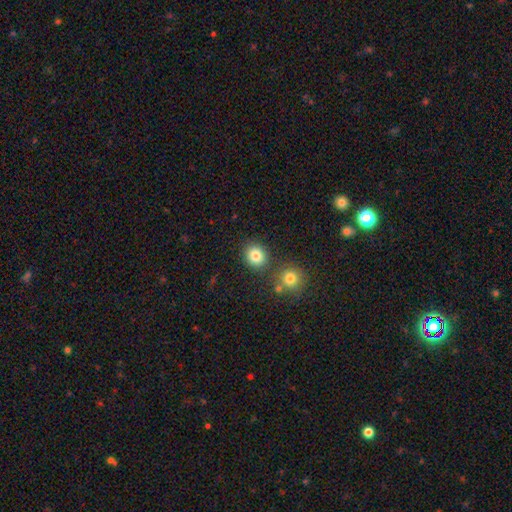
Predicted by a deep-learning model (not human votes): A smooth galaxy with no disk features (83%) that is round (79%). Merging: none (80%).